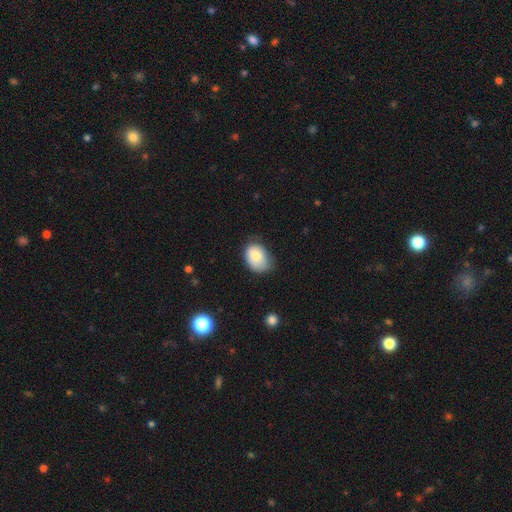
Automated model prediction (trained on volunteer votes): This appears to be a smooth galaxy with no disk features (78%) that is in between round and cigar-shaped (73%). Merging: none (54%).